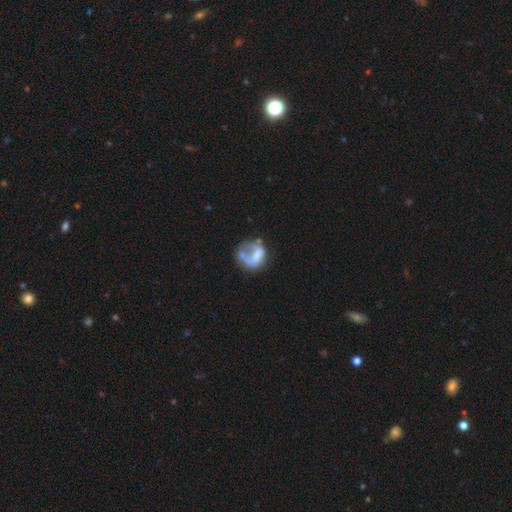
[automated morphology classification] Smooth or featured? smooth (46%)
Merging? none (33%, tied with major disturbance)